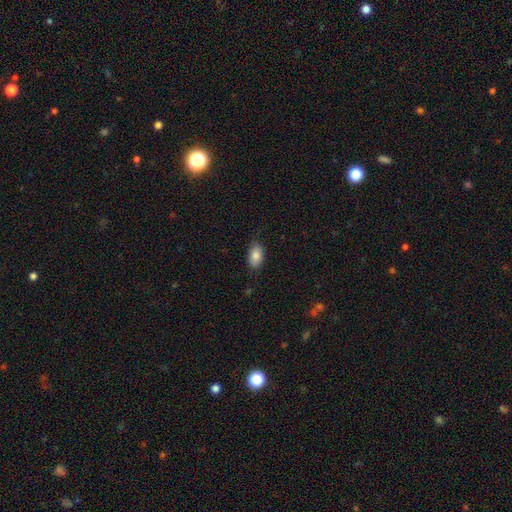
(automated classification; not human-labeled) This is clearly a smooth galaxy (85%). How rounded: clearly in between (91%). Merging: clearly none (82%).